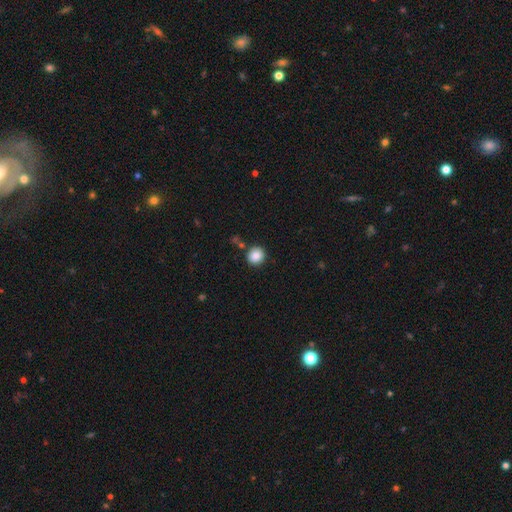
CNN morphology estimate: This appears to be a smooth galaxy with no disk features (87%) that is round (90%). Merging: none (85%).